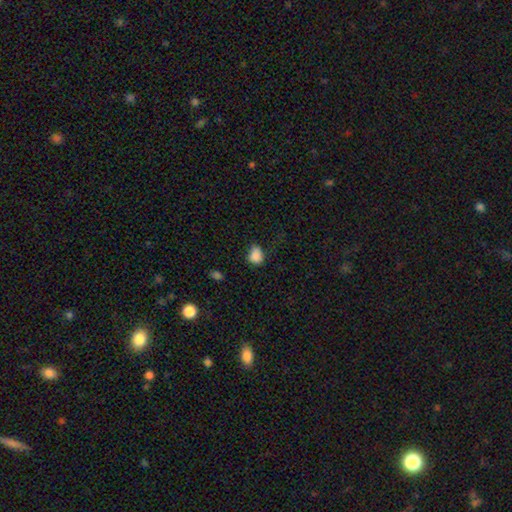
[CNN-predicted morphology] Smooth or featured: smooth — 85% (star or artifact — 10%)
How rounded: in between — 64% (round — 35%)
Merging: none — 53% (minor disturbance — 34%)